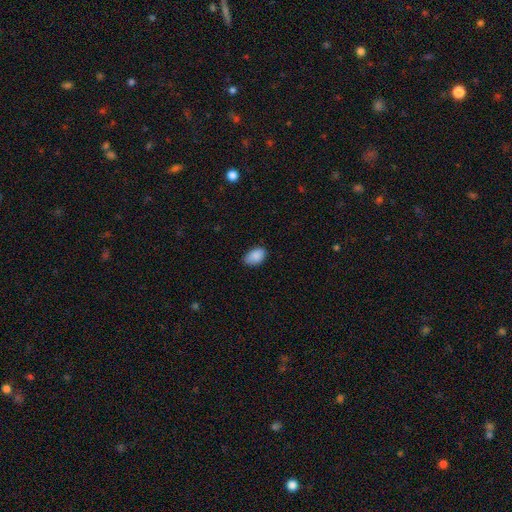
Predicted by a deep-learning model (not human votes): Smooth or featured? Predicted: smooth (p=0.89). How rounded? Predicted: in between (p=0.89). Merging? Predicted: none (p=0.78).